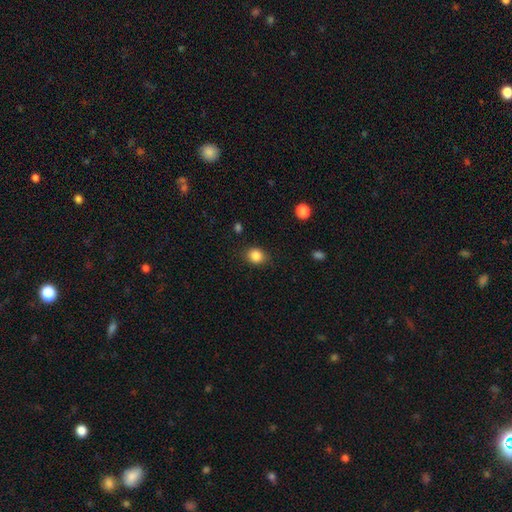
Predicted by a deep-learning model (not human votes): A smooth galaxy with no disk features (85%) that is round (63%).

Vote fractions:
- Smooth or featured? smooth: 85% / star or artifact: 10% / featured or disk: 5%
- How rounded? round: 63% / in between: 36% / cigar-shaped: 1%
- Merging? none: 83% / minor disturbance: 12% / major disturbance: 3% / merger: 1%